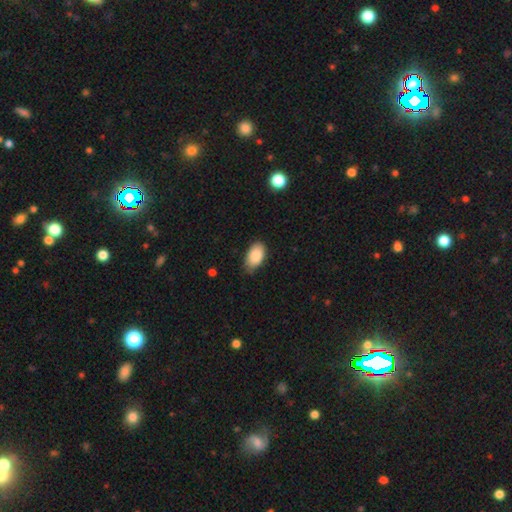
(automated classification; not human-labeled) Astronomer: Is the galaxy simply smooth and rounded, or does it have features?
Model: smooth — 87%.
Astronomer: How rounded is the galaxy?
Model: in between — 94%.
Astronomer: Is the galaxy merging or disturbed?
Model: none — 74%.